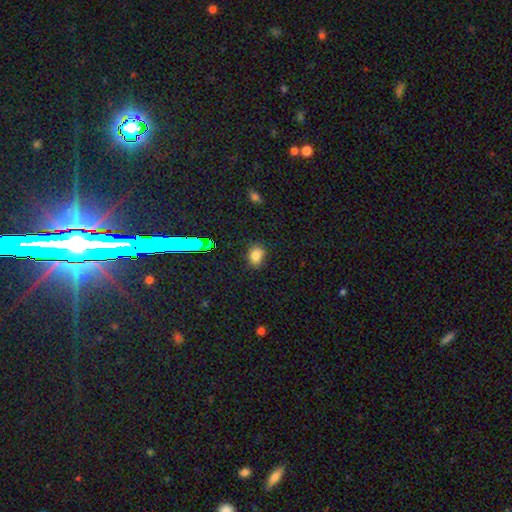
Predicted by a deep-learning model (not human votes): A smooth galaxy with no disk features (78%) that is in between round and cigar-shaped (63%).

Vote fractions:
- Smooth or featured? smooth: 78% / star or artifact: 15% / featured or disk: 7%
- How rounded? in between: 63% / round: 35% / cigar-shaped: 1%
- Merging? none: 77% / minor disturbance: 17% / major disturbance: 4% / merger: 3%